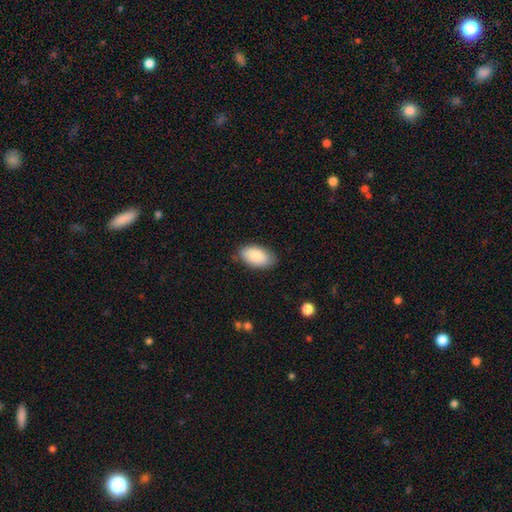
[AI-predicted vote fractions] smooth_or_featured: smooth (p=0.86) [alt: featured or disk p=0.08]
how_rounded: in between (p=0.95) [alt: round p=0.03]
merging: none (p=0.82) [alt: minor disturbance p=0.14]